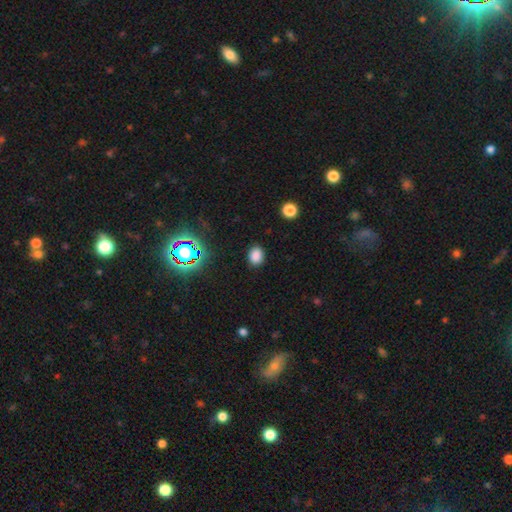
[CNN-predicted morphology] smooth_or_featured: smooth (p=0.81) [alt: star or artifact p=0.15]
how_rounded: in between (p=0.61) [alt: round p=0.38]
merging: none (p=0.87) [alt: minor disturbance p=0.09]